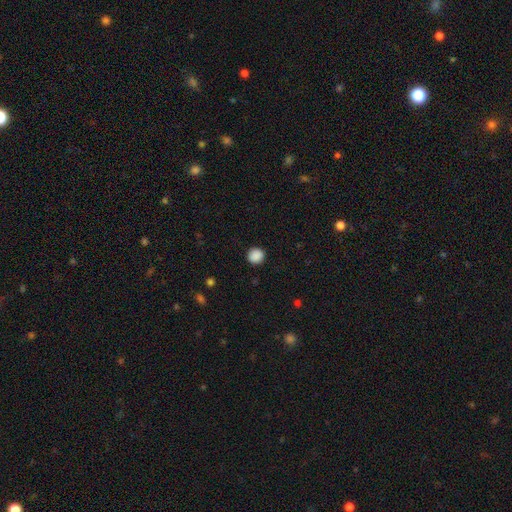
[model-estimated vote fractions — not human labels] Smooth or featured? smooth (88%)
How rounded? round (92%)
Merging? none (91%)